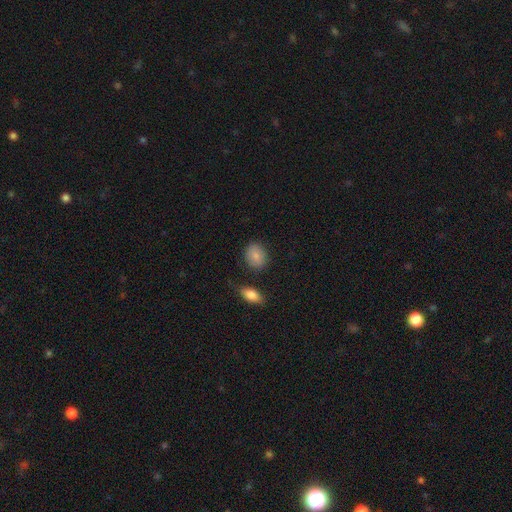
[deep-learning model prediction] This appears to be a smooth galaxy with no disk features (84%) that is round (52%). Merging: none (81%).